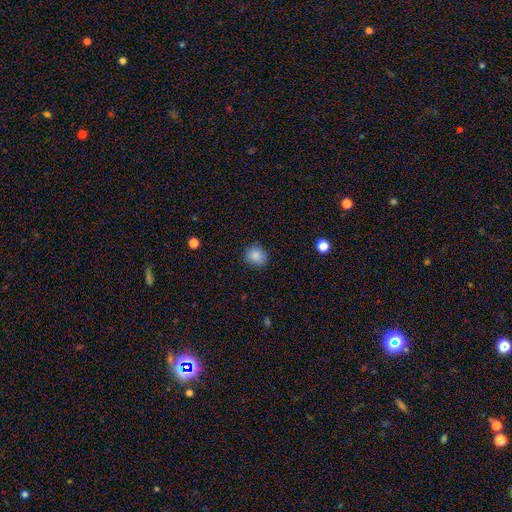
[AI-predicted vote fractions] This appears to be a smooth galaxy with no disk features (85%) that is round (75%). Merging: none (83%).